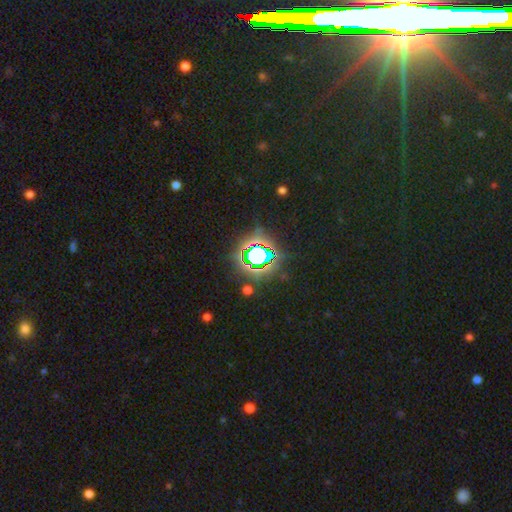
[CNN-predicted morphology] A star or artifact, not a galaxy (75%).

Vote fractions:
- Smooth or featured? star or artifact: 75% / smooth: 15% / featured or disk: 10%